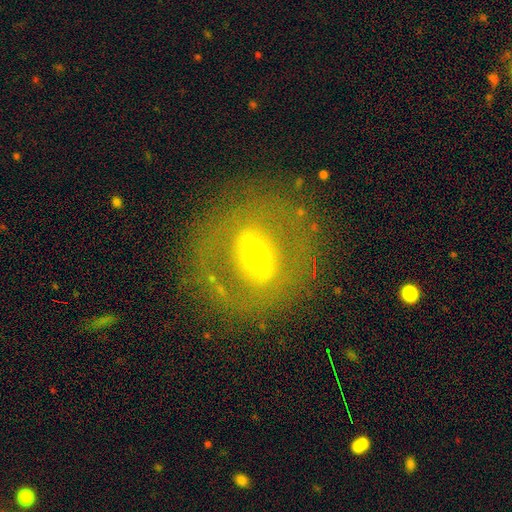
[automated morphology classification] A featured or disk galaxy (62%) with a strong bar (39%), no spiral arms (79%) and a moderate central bulge (50%). Merging: none (77%).